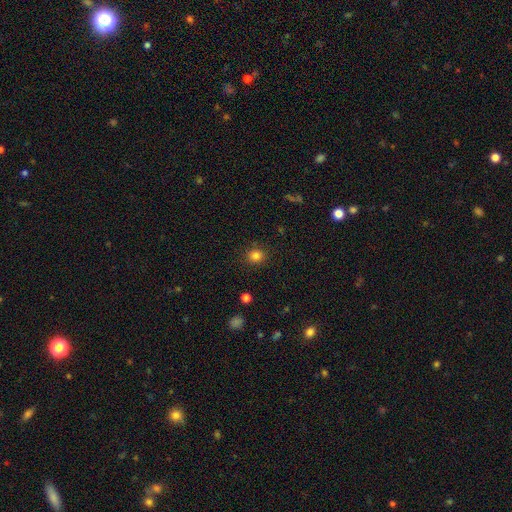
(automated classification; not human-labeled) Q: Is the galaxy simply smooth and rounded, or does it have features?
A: smooth — 83%.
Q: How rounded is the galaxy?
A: round — 85%.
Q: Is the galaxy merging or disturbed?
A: none — 89%.